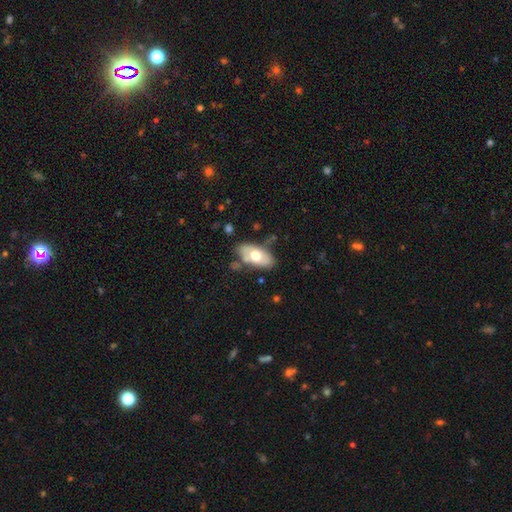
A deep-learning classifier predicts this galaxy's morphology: smooth 55%, featured or disk 38%, star or artifact 6%. Down the decision tree: how rounded — in between (91%); merging — none (69%).